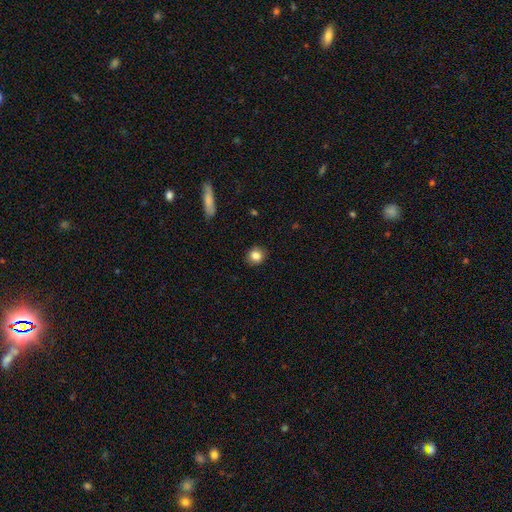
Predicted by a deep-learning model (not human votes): A smooth galaxy with no disk features (84%) that is round (82%). Merging: none (89%).